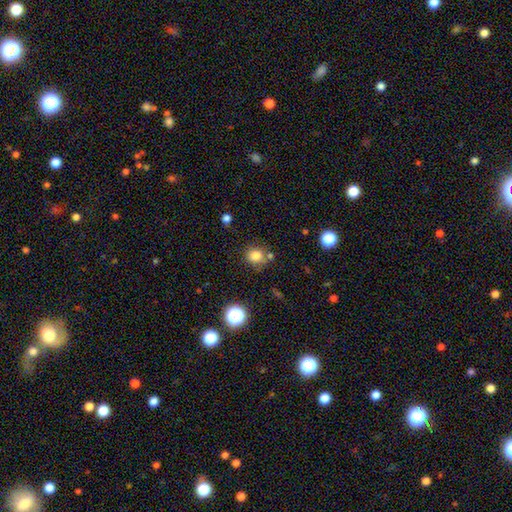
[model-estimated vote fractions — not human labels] This appears to be a smooth galaxy with no disk features (80%) that is round (83%). Merging: none (73%).